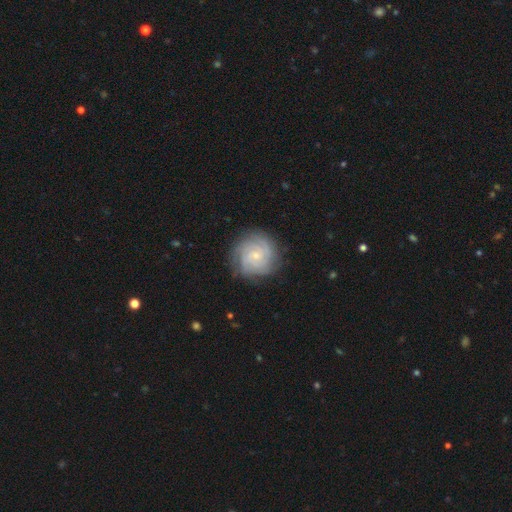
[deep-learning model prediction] smooth-or-featured: featured or disk: 78% | smooth: 15% | star or artifact: 7%
  disk-edge-on: no: 98% | yes: 2%
    bar: no: 73% | weak: 24% | strong: 4%
    has-spiral-arms: yes: 97% | no: 3%
      spiral-winding: tight: 77% | medium: 20% | loose: 3%
      spiral-arm-count: can't tell: 27% | 3: 25% | 4: 19% | 2: 16% | more than 4: 7% | 1: 6%
    bulge-size: small: 78% | moderate: 17% | none: 3% | large: 1% | dominant: 1%
  merging: none: 82% | minor disturbance: 13% | major disturbance: 4% | merger: 1%